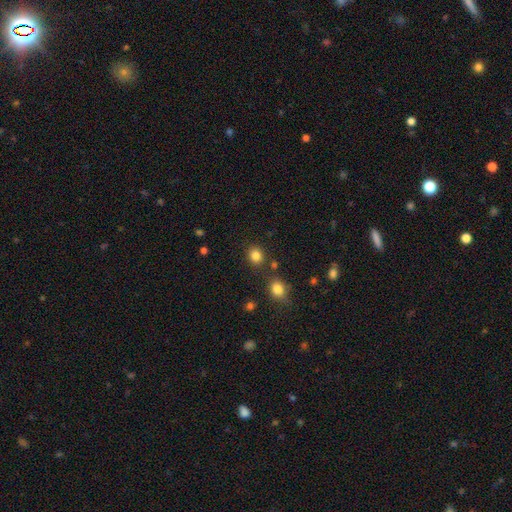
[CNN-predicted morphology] smooth_or_featured: smooth (p=0.83) [alt: star or artifact p=0.12]
how_rounded: round (p=0.72) [alt: in between p=0.27]
merging: none (p=0.81) [alt: minor disturbance p=0.09]